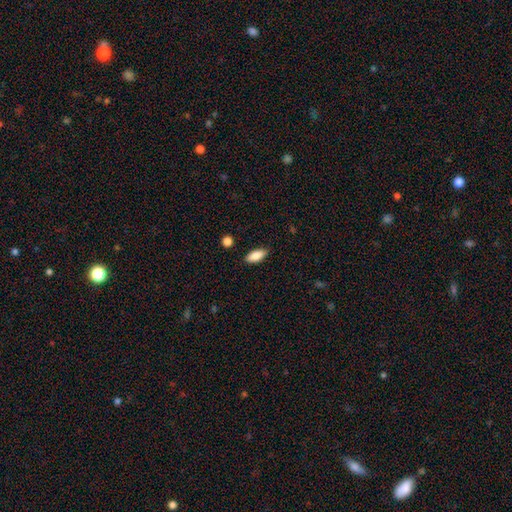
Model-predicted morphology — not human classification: This is clearly a smooth galaxy (85%). How rounded: clearly in between (83%). Merging: clearly none (87%).